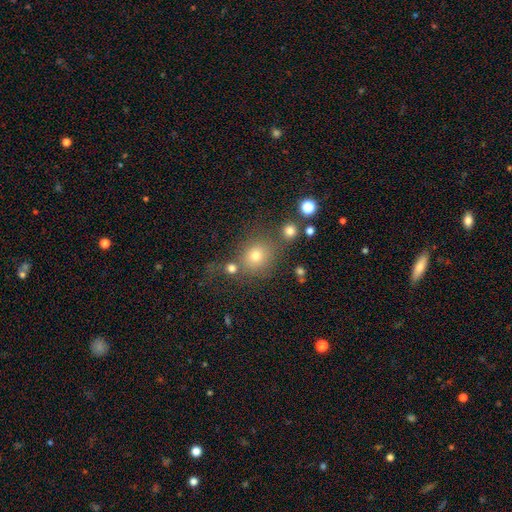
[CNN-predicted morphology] Smooth or featured?
  - smooth: 71% *
  - star or artifact: 18%
  - featured or disk: 11%
How rounded?
  - round: 81% *
  - in between: 18%
  - cigar-shaped: 1%
Merging?
  - none: 65% *
  - merger: 15%
  - minor disturbance: 12%
  - major disturbance: 7%